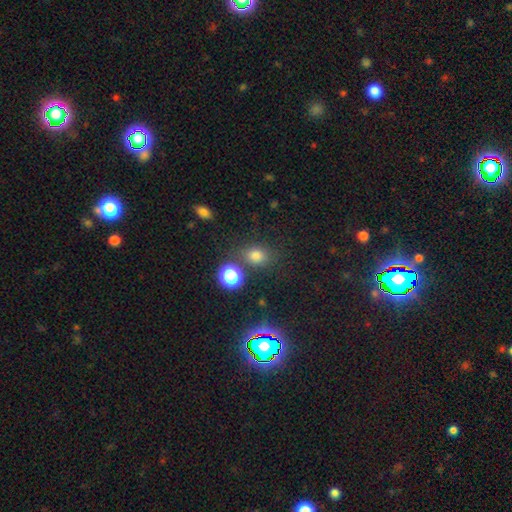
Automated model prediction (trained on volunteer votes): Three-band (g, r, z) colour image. It shows a smooth galaxy with no disk features (73%) that is round (60%). Merging: none (75%).